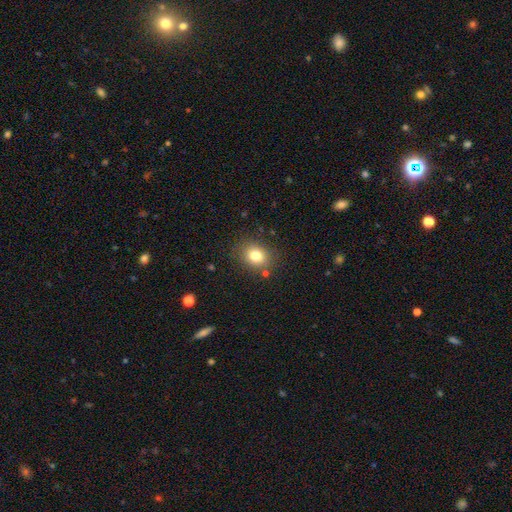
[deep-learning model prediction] smooth-or-featured: smooth: 79% | star or artifact: 12% | featured or disk: 9%
  how-rounded: round: 56% | in between: 43% | cigar-shaped: 1%
  merging: none: 83% | minor disturbance: 11% | major disturbance: 4% | merger: 3%